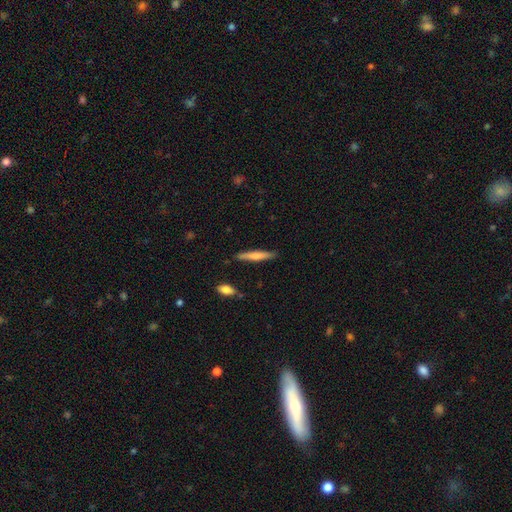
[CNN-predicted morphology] smooth-or-featured: smooth: 63% | featured or disk: 31% | star or artifact: 6%
  how-rounded: cigar-shaped: 92% | in between: 7% | round: 1%
  merging: none: 85% | minor disturbance: 11% | merger: 2% | major disturbance: 2%